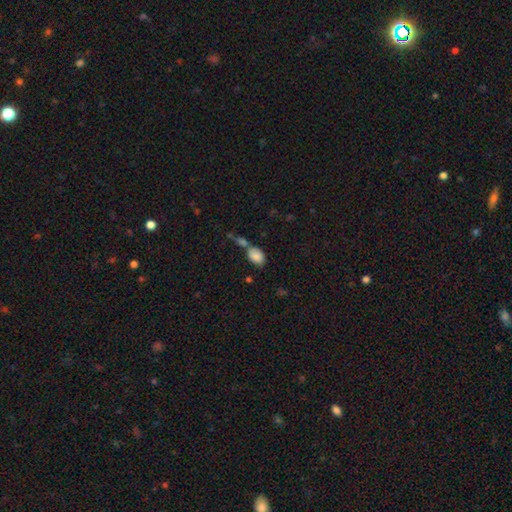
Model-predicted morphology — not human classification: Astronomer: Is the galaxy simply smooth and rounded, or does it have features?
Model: smooth — 85%.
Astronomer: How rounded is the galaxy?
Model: in between — 82%.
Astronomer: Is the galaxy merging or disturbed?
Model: none — 41% (runner-up: merger, 37%).